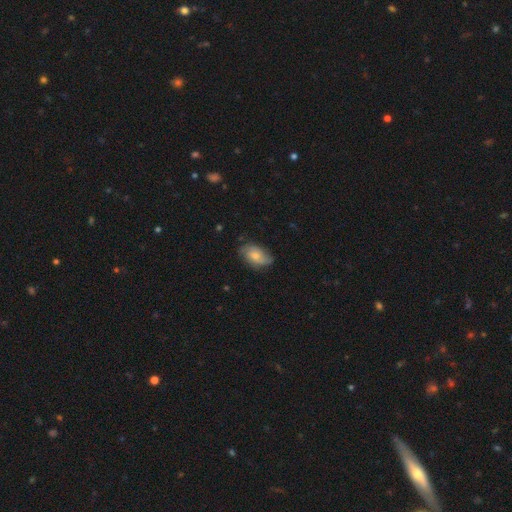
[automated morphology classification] smooth_or_featured: smooth (p=0.51) [alt: featured or disk p=0.41]
how_rounded: in between (p=0.89) [alt: round p=0.09]
merging: none (p=0.66) [alt: minor disturbance p=0.27]